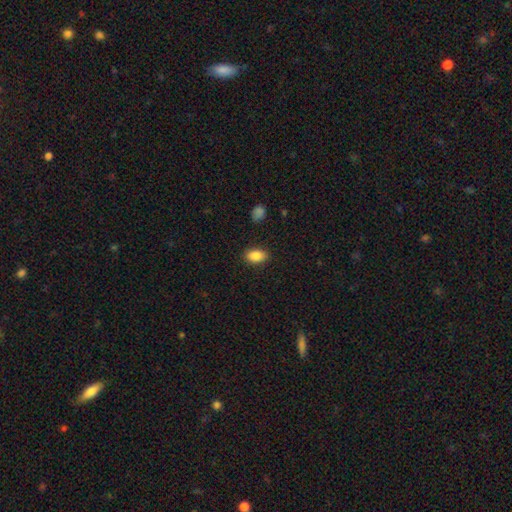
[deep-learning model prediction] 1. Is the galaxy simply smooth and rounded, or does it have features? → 88% smooth, 8% star or artifact, 4% featured or disk.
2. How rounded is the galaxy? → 88% in between, 10% round, 2% cigar-shaped.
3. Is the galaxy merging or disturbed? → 86% none, 10% minor disturbance, 3% major disturbance, 1% merger.